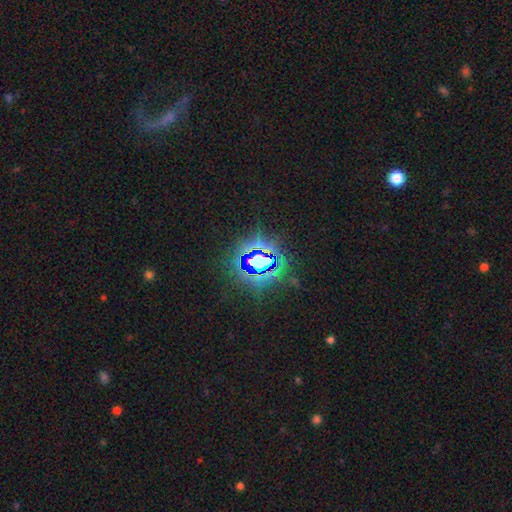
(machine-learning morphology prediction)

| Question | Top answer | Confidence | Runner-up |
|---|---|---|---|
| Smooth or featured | star or artifact | 80% | smooth (12%) |